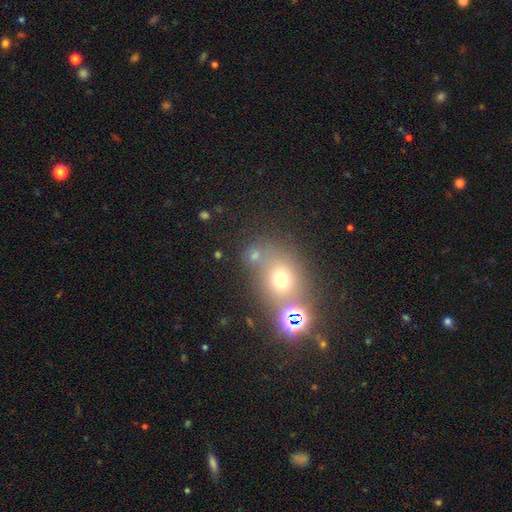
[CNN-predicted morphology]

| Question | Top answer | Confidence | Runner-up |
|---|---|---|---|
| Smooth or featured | smooth | 56% | star or artifact (30%) |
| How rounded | round | 59% | in between (39%) |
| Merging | none | 57% | merger (24%) |